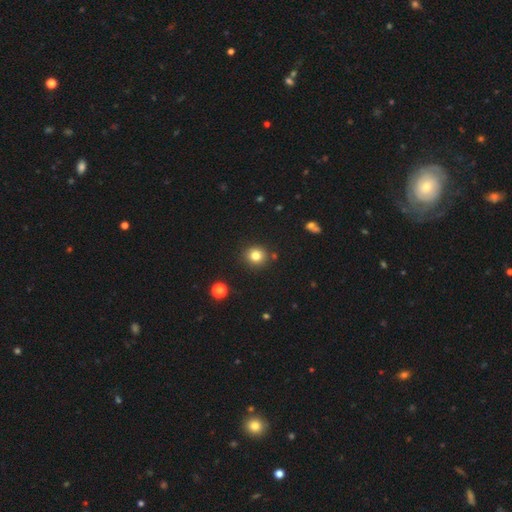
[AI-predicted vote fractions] smooth-or-featured: smooth: 81% | star or artifact: 13% | featured or disk: 7%
  how-rounded: round: 89% | in between: 10% | cigar-shaped: 1%
  merging: none: 87% | minor disturbance: 7% | merger: 3% | major disturbance: 2%